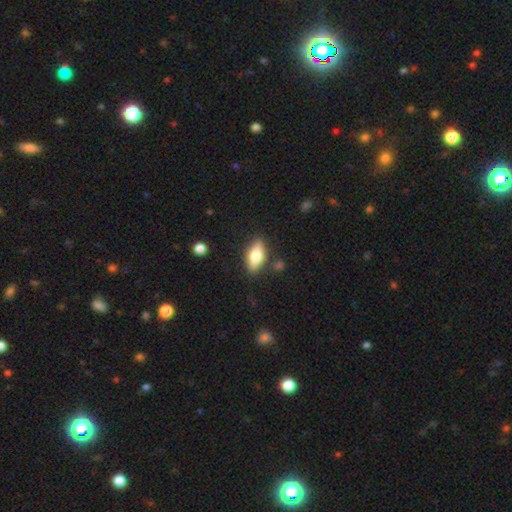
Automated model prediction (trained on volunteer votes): Smooth or featured: smooth — 68% (featured or disk — 25%)
How rounded: in between — 80% (cigar-shaped — 16%)
Merging: none — 82% (minor disturbance — 12%)